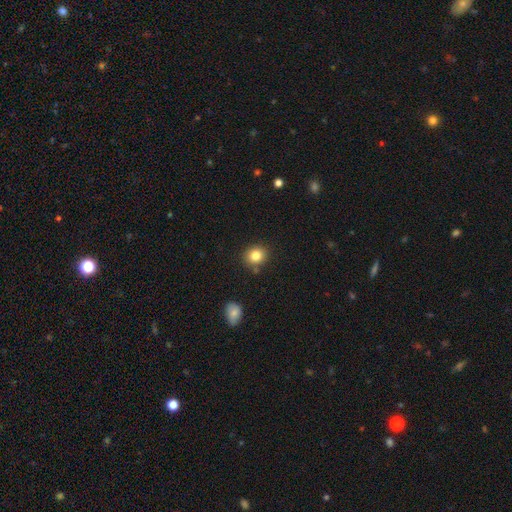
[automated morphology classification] Smooth or featured: smooth — 83% (star or artifact — 10%)
How rounded: round — 76% (in between — 23%)
Merging: none — 84% (minor disturbance — 10%)